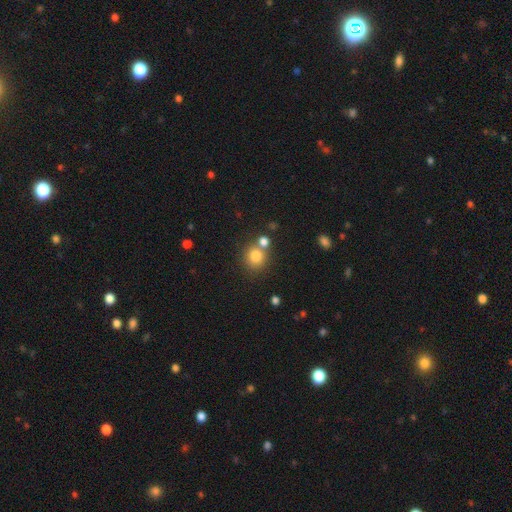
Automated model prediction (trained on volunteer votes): Morphology: type=smooth (81%); roundness=round (85%); merging=none (63%).